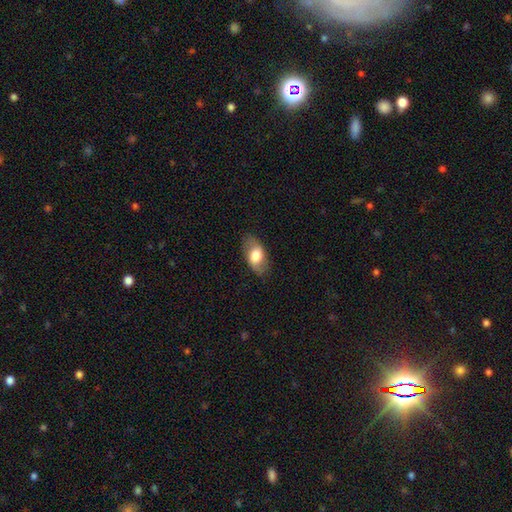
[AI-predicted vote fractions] Smooth or featured?
  - smooth: 67% *
  - featured or disk: 27%
  - star or artifact: 6%
How rounded?
  - in between: 90% *
  - round: 6%
  - cigar-shaped: 3%
Merging?
  - none: 82% *
  - minor disturbance: 13%
  - major disturbance: 4%
  - merger: 1%